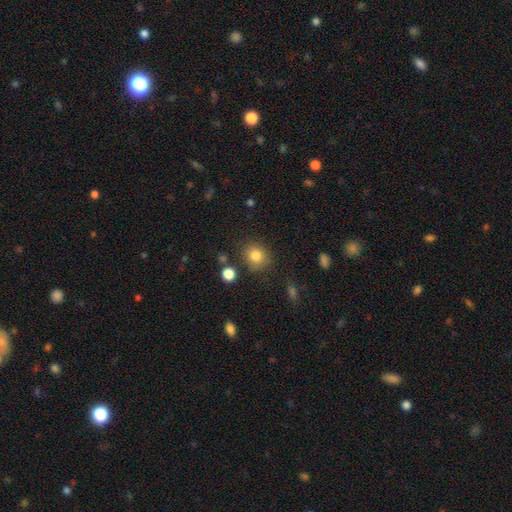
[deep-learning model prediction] A smooth galaxy with no disk features (83%) that is round (76%).

Vote fractions:
- Smooth or featured? smooth: 83% / star or artifact: 11% / featured or disk: 6%
- How rounded? round: 76% / in between: 23% / cigar-shaped: 1%
- Merging? none: 81% / minor disturbance: 11% / merger: 4% / major disturbance: 4%